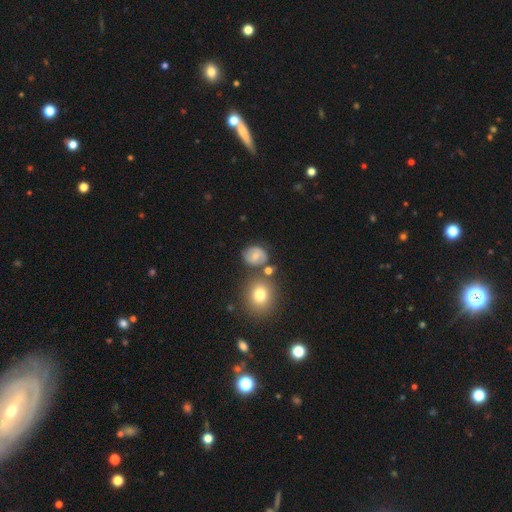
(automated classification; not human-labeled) smooth-or-featured: smooth: 55% | featured or disk: 34% | star or artifact: 11%
  how-rounded: round: 65% | in between: 34% | cigar-shaped: 1%
  merging: none: 68% | minor disturbance: 18% | merger: 8% | major disturbance: 6%